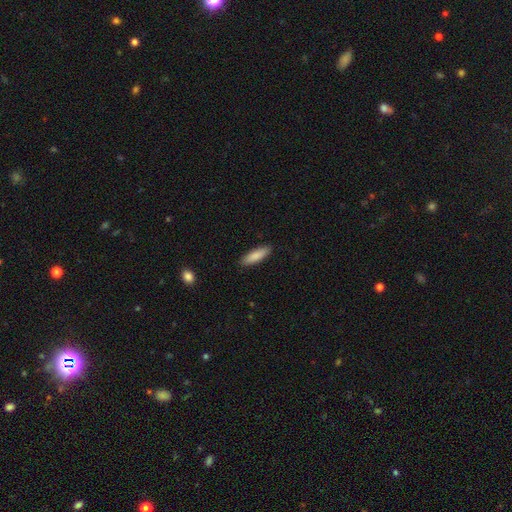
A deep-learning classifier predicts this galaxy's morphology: smooth 87%, featured or disk 7%, star or artifact 6%. Down the decision tree: how rounded — cigar-shaped (57%); merging — none (89%).